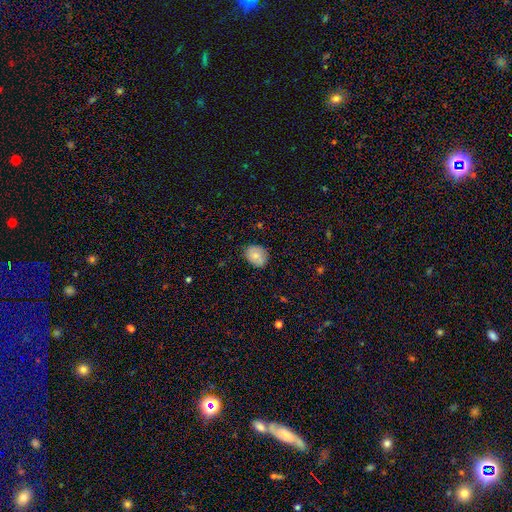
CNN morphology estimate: A smooth galaxy with no disk features (77%) that is in between round and cigar-shaped (53%).

Vote fractions:
- Smooth or featured? smooth: 77% / featured or disk: 15% / star or artifact: 8%
- How rounded? in between: 53% / round: 46% / cigar-shaped: 1%
- Merging? none: 76% / minor disturbance: 19% / major disturbance: 3% / merger: 2%